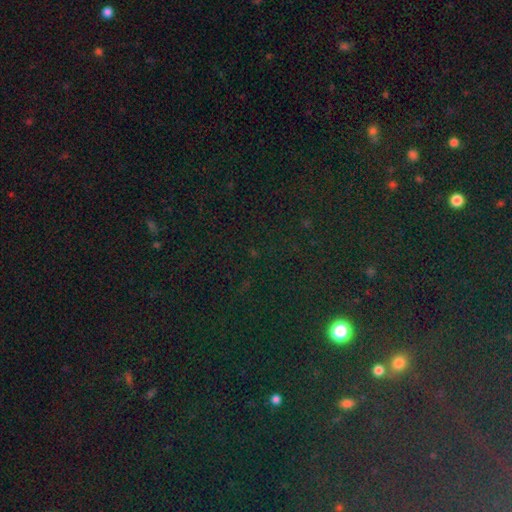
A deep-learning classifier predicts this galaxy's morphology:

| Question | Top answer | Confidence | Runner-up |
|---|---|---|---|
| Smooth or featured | star or artifact | 78% | smooth (14%) |